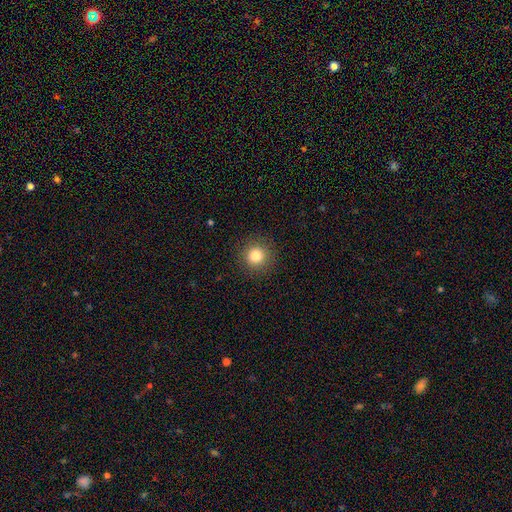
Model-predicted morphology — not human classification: A smooth galaxy with no disk features (82%) that is round (95%).

Vote fractions:
- Smooth or featured? smooth: 82% / star or artifact: 12% / featured or disk: 7%
- How rounded? round: 95% / in between: 4% / cigar-shaped: 1%
- Merging? none: 91% / minor disturbance: 6% / major disturbance: 2% / merger: 1%